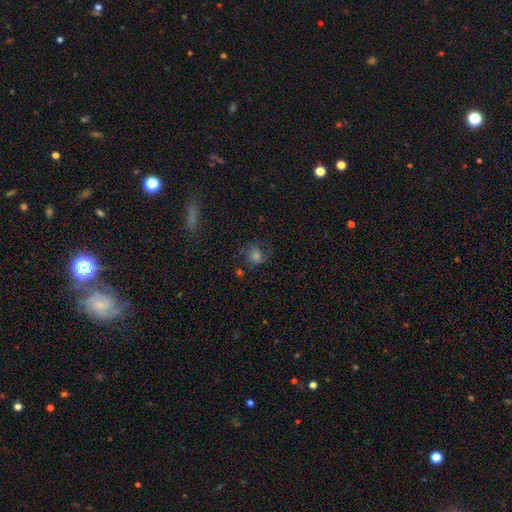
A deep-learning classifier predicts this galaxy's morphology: This is marginally a featured or disk galaxy (45%). Merging: likely none (63%).